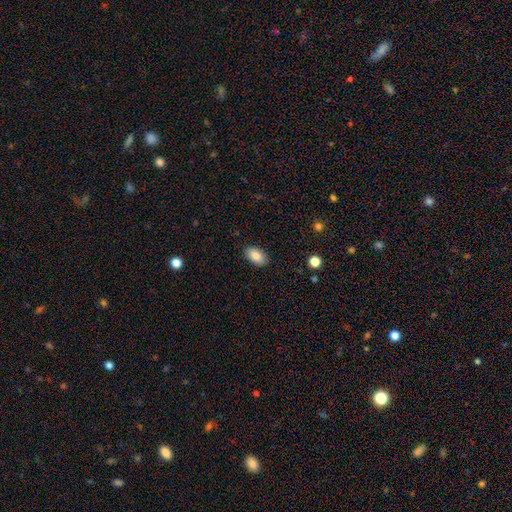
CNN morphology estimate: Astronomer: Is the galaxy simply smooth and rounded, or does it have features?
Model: smooth — 84%.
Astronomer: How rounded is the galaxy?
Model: in between — 93%.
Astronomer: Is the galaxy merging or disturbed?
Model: none — 89%.